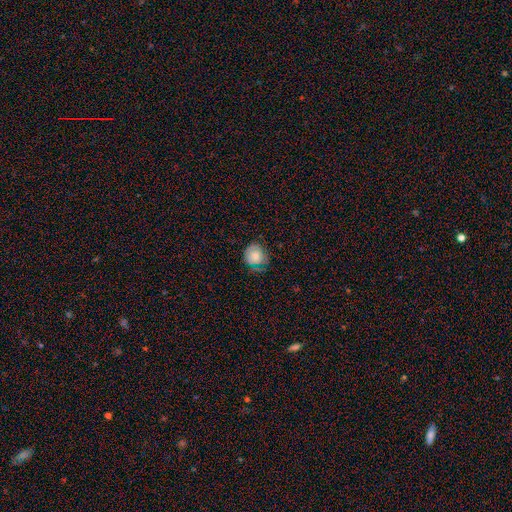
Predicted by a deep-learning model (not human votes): A smooth galaxy with no disk features (70%) that is round (84%).

Vote fractions:
- Smooth or featured? smooth: 70% / featured or disk: 20% / star or artifact: 10%
- How rounded? round: 84% / in between: 15% / cigar-shaped: 1%
- Merging? none: 66% / minor disturbance: 25% / major disturbance: 7% / merger: 2%